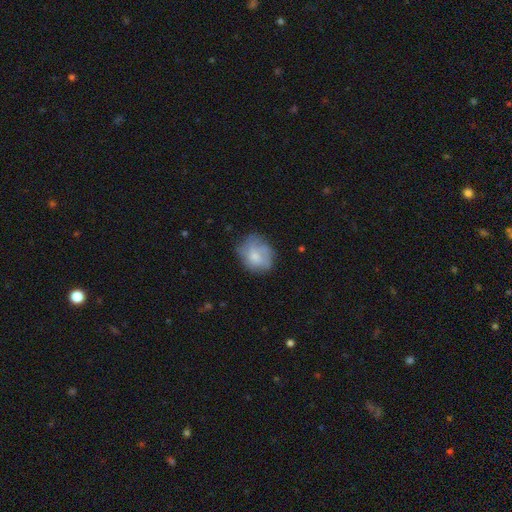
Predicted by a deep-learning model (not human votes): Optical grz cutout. It shows a smooth galaxy with no disk features (59%) that is round (62%). Merging: none (61%).